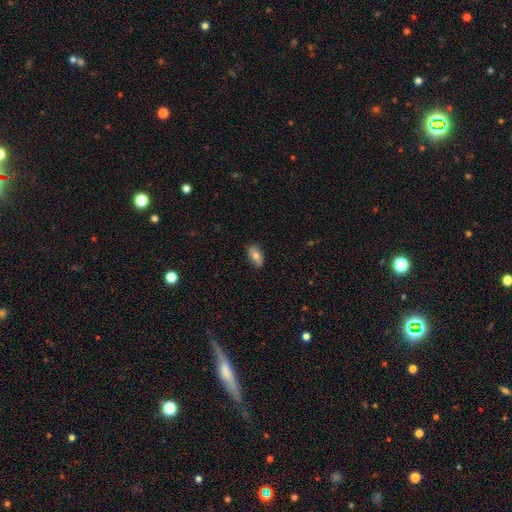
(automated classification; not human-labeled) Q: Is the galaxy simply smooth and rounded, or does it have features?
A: smooth — 68%.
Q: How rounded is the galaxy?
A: in between — 90%.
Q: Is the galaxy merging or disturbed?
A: none — 85%.